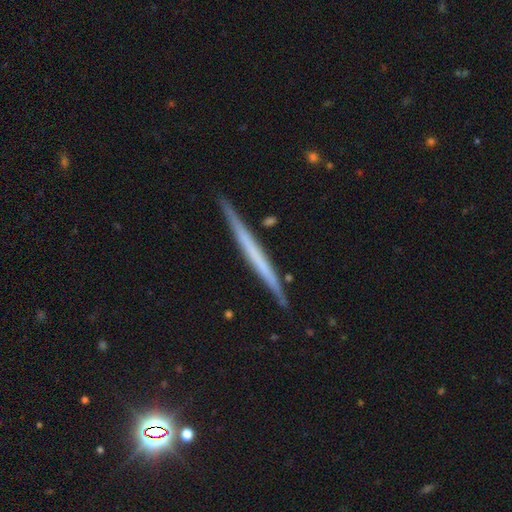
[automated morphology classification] The model was most divided on "smooth or featured": featured or disk: 58%, smooth: 36%, star or artifact: 6%. More confident: edge-on disk — yes (97%); edge-on bulge — none (91%); merging — none (89%).